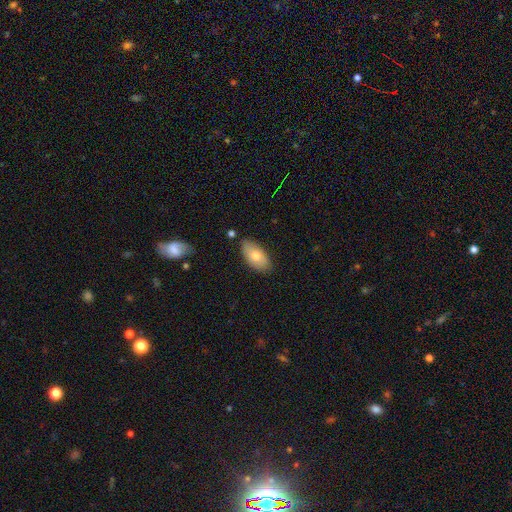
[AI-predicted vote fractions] The model was most divided on "smooth or featured": smooth: 75%, featured or disk: 19%, star or artifact: 7%. More confident: how rounded — in between (93%); merging — none (79%).